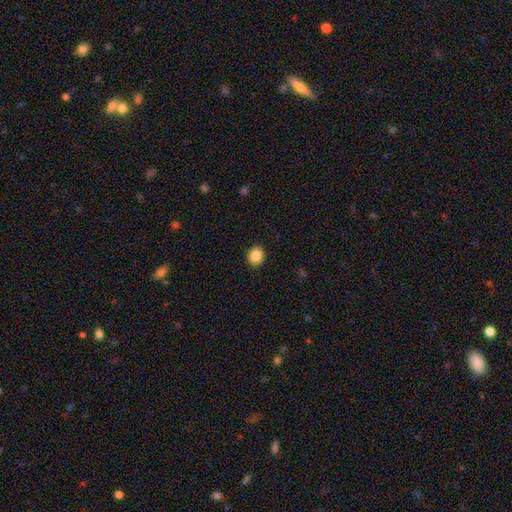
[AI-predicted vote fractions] Smooth or featured? smooth (87%)
How rounded? round (63%)
Merging? none (92%)